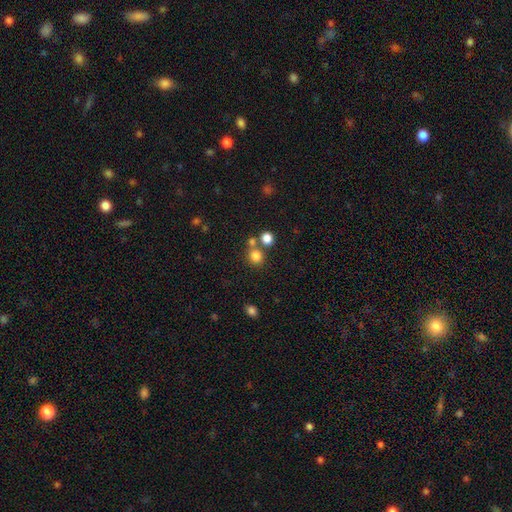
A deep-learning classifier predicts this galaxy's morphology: type=smooth (80%); roundness=round (85%); merging=none (64%).